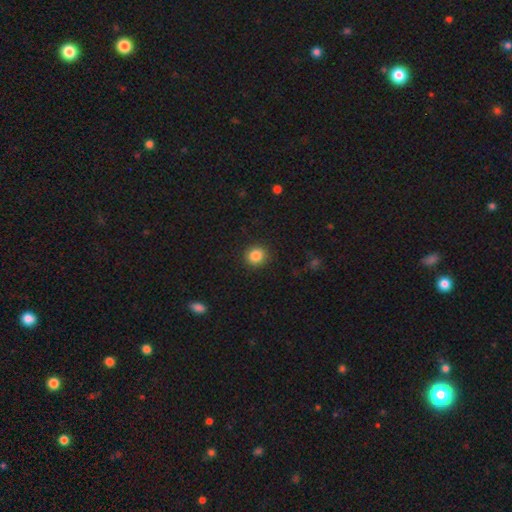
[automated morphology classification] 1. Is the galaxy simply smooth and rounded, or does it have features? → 85% smooth, 10% star or artifact, 4% featured or disk.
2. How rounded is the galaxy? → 90% round, 9% in between, 1% cigar-shaped.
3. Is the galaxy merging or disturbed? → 90% none, 6% minor disturbance, 2% major disturbance, 1% merger.